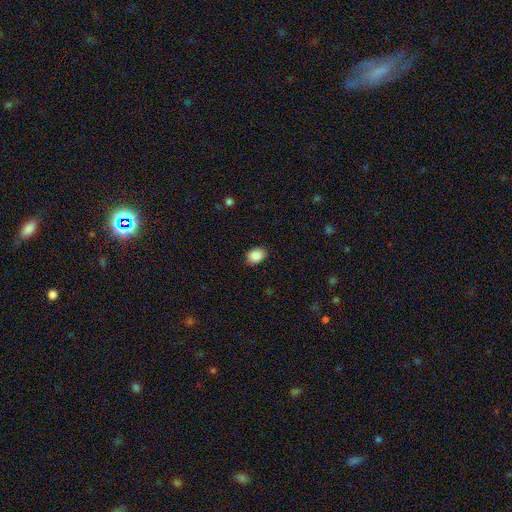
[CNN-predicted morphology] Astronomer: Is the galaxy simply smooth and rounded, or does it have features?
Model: smooth — 88%.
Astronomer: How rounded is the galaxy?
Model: in between — 57% (runner-up: round, 42%).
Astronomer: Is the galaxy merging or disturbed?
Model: none — 86%.